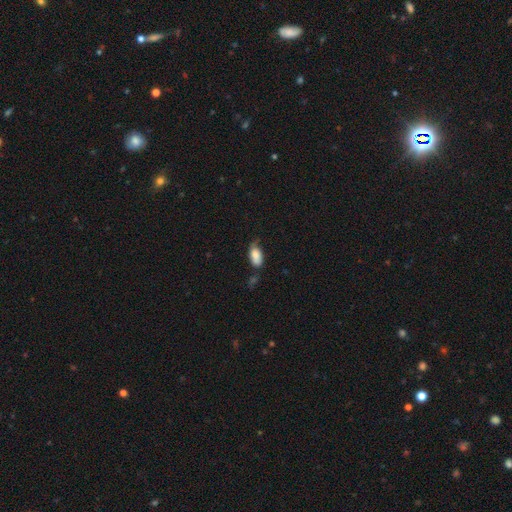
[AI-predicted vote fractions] A smooth galaxy with no disk features (81%) that is in between round and cigar-shaped (91%). Merging: none (46%).